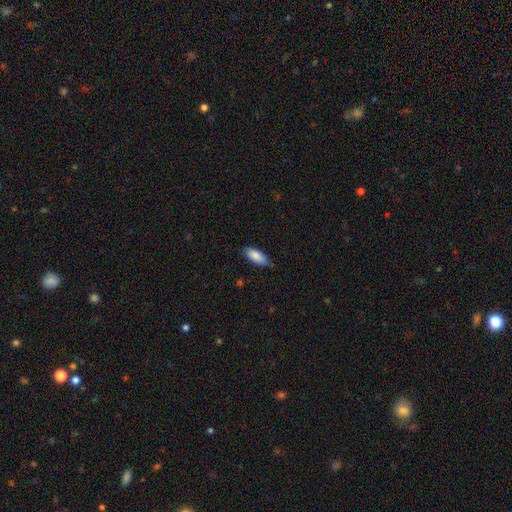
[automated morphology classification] smooth_or_featured: smooth (p=0.86) [alt: featured or disk p=0.08]
how_rounded: in between (p=0.82) [alt: cigar-shaped p=0.16]
merging: none (p=0.78) [alt: minor disturbance p=0.18]